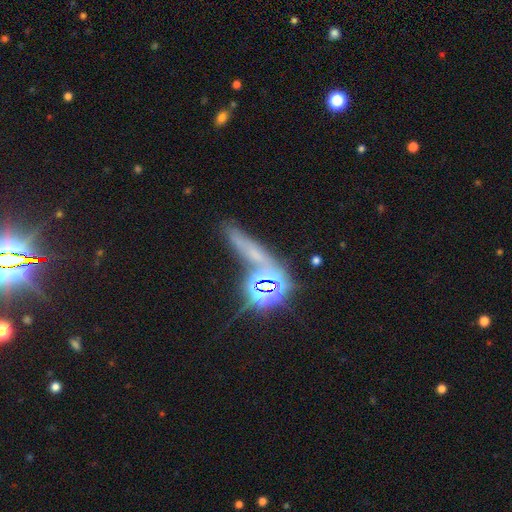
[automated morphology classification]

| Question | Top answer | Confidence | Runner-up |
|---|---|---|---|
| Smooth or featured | star or artifact | 56% | smooth (27%) |